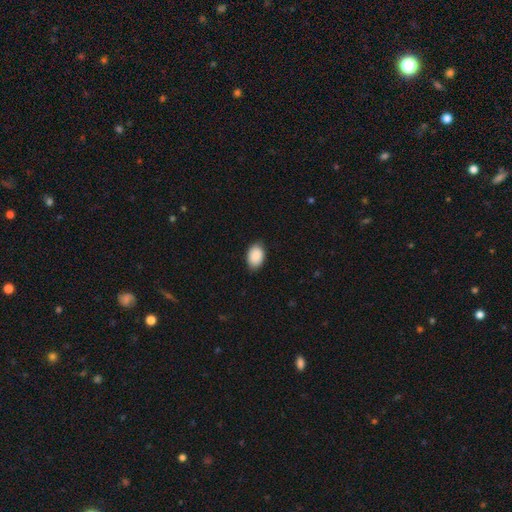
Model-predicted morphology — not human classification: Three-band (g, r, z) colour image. It shows a smooth galaxy with no disk features (90%) that is in between round and cigar-shaped (89%). Merging: none (83%).